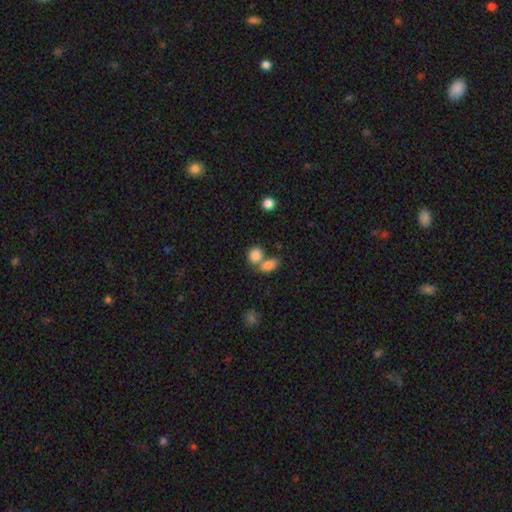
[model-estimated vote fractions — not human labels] Morphology: type=smooth (85%); roundness=round (51%); merging=merger (47%).